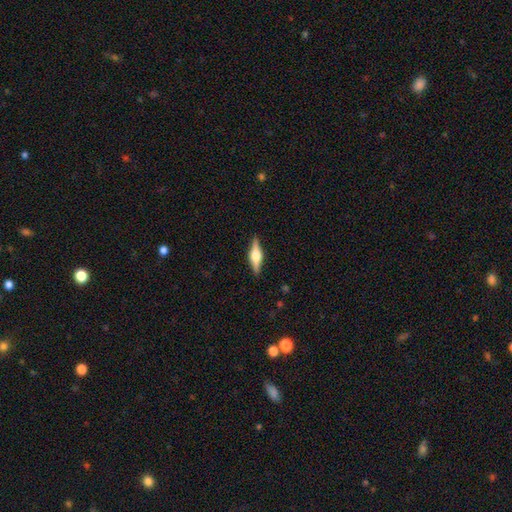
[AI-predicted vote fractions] This appears to be a featured or disk galaxy (69%) viewed edge-on (97%) with a rounded central bulge (91%). Merging: none (90%).